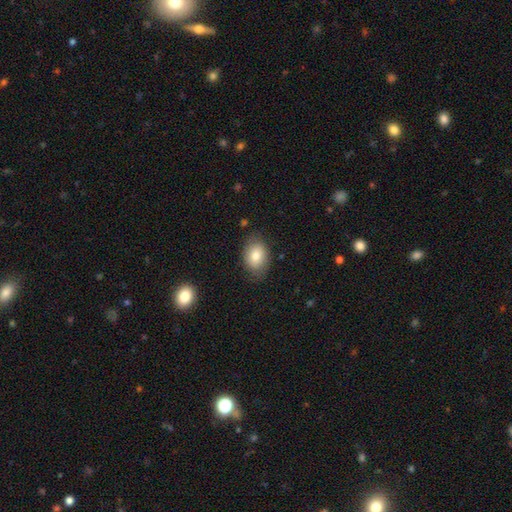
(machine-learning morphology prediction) This appears to be a smooth galaxy with no disk features (80%) that is in between round and cigar-shaped (74%). Merging: none (78%).